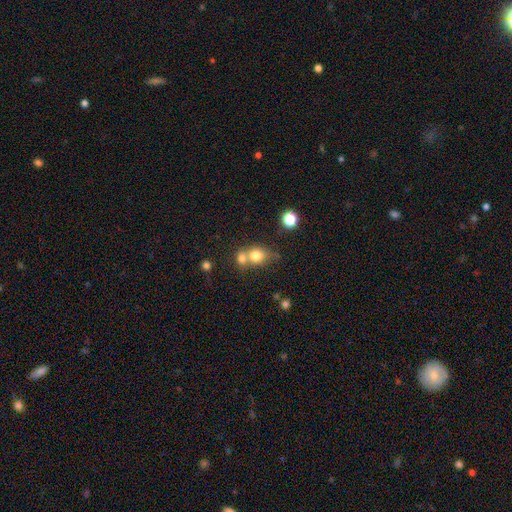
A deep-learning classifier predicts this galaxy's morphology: Smooth or featured?
  - smooth: 76% *
  - star or artifact: 12%
  - featured or disk: 12%
How rounded?
  - round: 66% *
  - in between: 33%
  - cigar-shaped: 1%
Merging?
  - merger: 51% *
  - none: 37%
  - minor disturbance: 9%
  - major disturbance: 4%